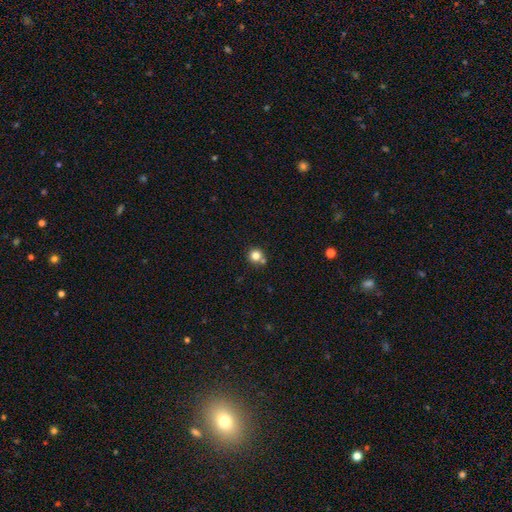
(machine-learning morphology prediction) Overall: smooth (80%). How rounded: round (92%). Merging: none (68%).